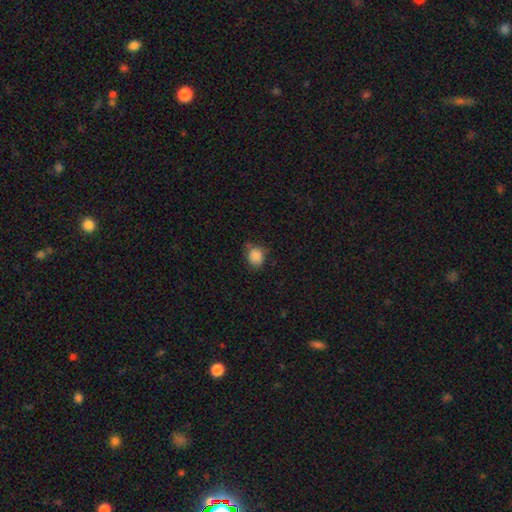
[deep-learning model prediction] A smooth galaxy with no disk features (86%) that is round (65%). Merging: none (63%).